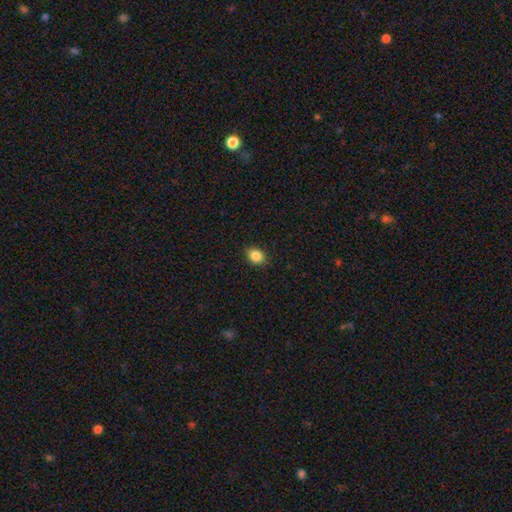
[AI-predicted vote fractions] Overall: smooth (86%). How rounded: in between (50%; round 49%). Merging: none (87%).